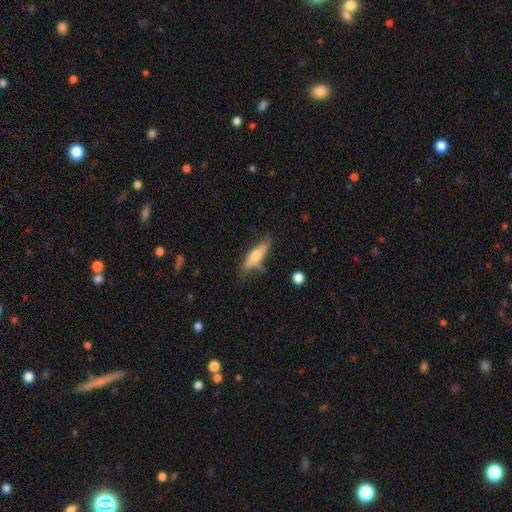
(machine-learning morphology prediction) Smooth or featured: smooth — 59% (featured or disk — 35%)
How rounded: cigar-shaped — 60% (in between — 38%)
Merging: none — 63% (minor disturbance — 25%)